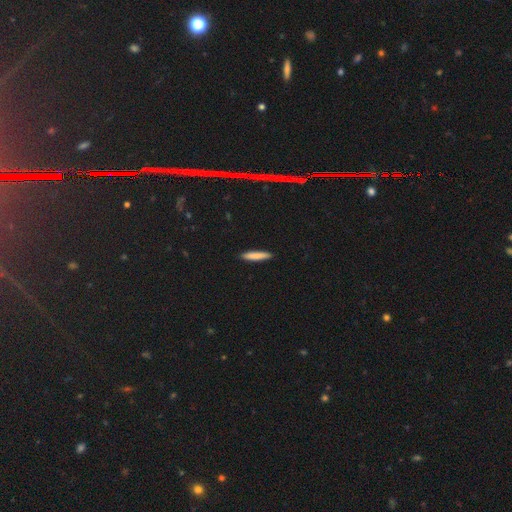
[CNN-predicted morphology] smooth_or_featured: smooth (p=0.83) [alt: featured or disk p=0.11]
how_rounded: cigar-shaped (p=0.90) [alt: in between p=0.09]
merging: none (p=0.91) [alt: minor disturbance p=0.07]